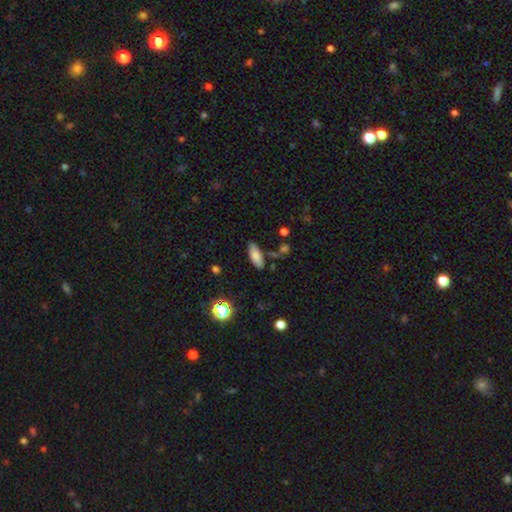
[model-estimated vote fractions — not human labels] smooth_or_featured: smooth (p=0.79) [alt: featured or disk p=0.11]
how_rounded: in between (p=0.77) [alt: cigar-shaped p=0.20]
merging: none (p=0.77) [alt: minor disturbance p=0.15]